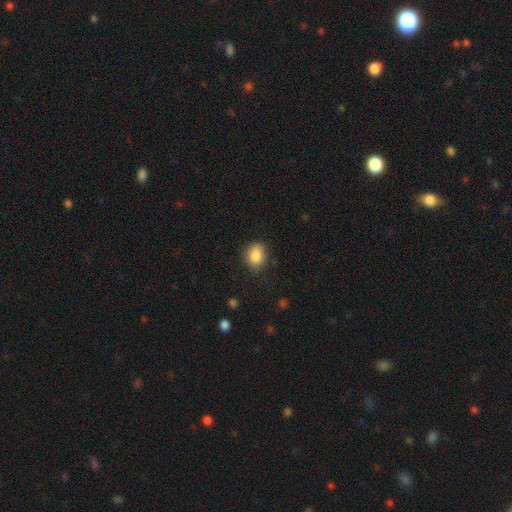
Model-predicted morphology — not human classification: This is clearly a smooth galaxy (87%). How rounded: possibly in between (58%). Merging: likely none (80%).